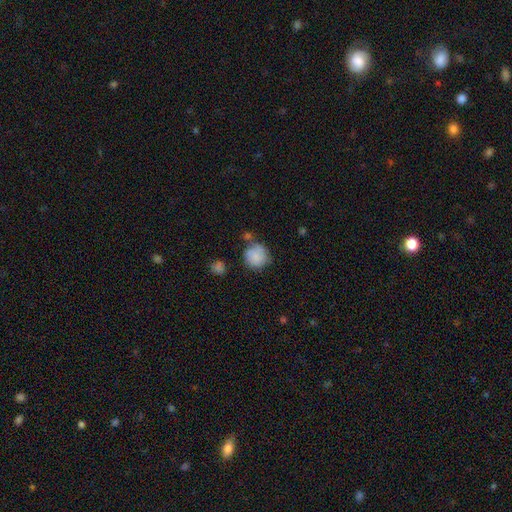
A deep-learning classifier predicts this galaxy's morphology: Smooth or featured: smooth — 84% (featured or disk — 8%)
How rounded: round — 89% (in between — 10%)
Merging: none — 63% (minor disturbance — 20%)